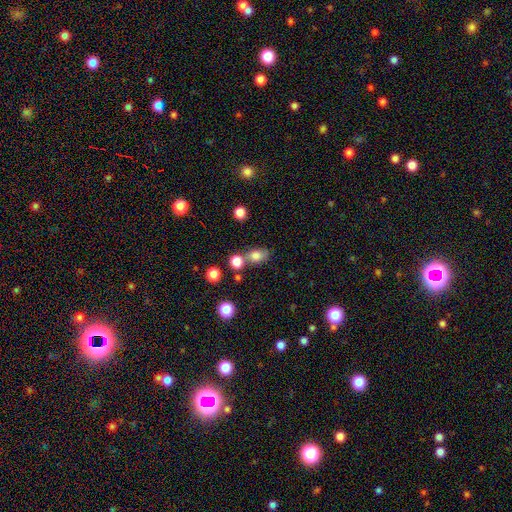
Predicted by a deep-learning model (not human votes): Q: Smooth or featured?
A: smooth (79%); runner-up: star or artifact (13%)
Q: How rounded?
A: in between (61%); runner-up: round (37%)
Q: Merging?
A: none (53%); runner-up: merger (27%)